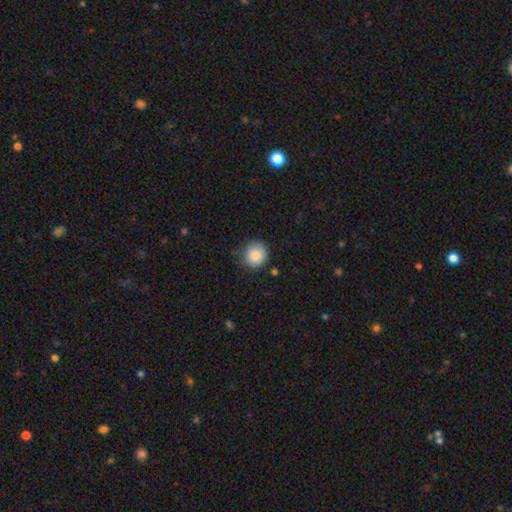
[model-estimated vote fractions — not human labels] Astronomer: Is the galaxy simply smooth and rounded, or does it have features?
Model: smooth — 87%.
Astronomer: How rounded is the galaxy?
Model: round — 91%.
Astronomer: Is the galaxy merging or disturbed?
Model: none — 79%.